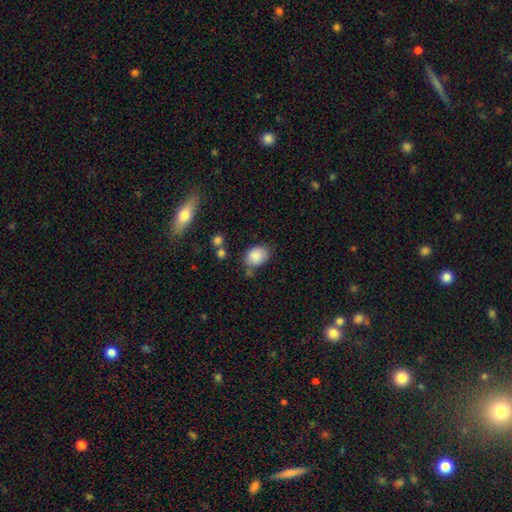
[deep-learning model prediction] Overall: smooth (86%). How rounded: in between (63%; round 36%). Merging: none (66%).